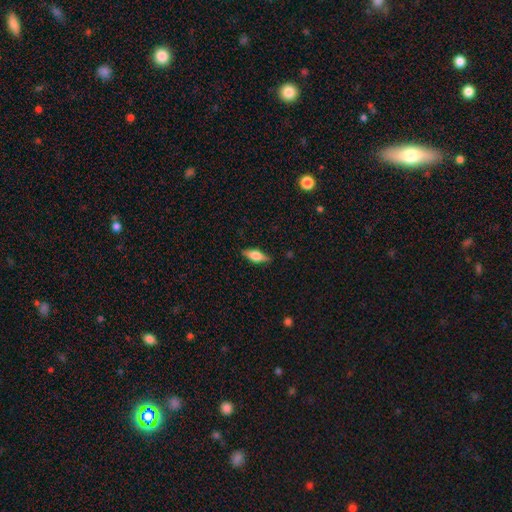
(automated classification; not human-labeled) smooth 51%, featured or disk 42%, star or artifact 7%. Down the decision tree: how rounded — in between (67%); merging — none (84%).